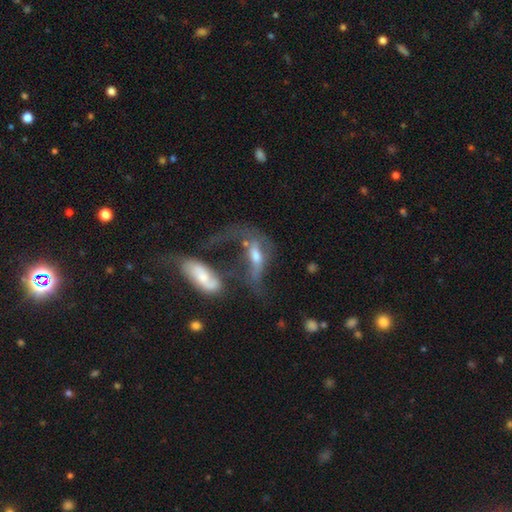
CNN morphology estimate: Overall: featured or disk (59%; smooth 30%). Edge-on disk: no (72%). Merging: merger (41%; major disturbance 33%).